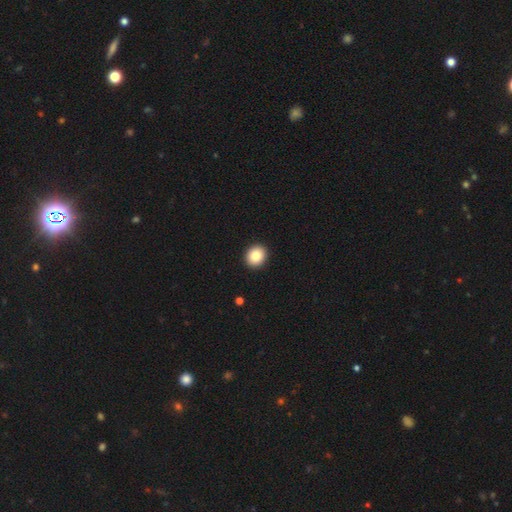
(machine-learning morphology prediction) A smooth galaxy with no disk features (85%) that is round (77%). Merging: none (93%).